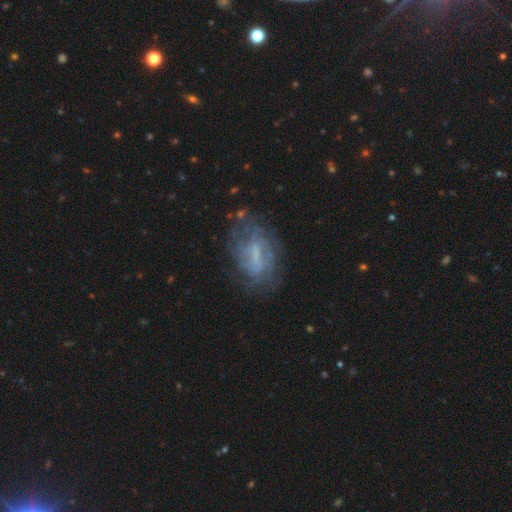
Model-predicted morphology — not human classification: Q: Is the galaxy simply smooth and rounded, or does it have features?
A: featured or disk — 68%.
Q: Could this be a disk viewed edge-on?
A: no — 95%.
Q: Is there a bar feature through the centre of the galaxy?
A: weak — 49%.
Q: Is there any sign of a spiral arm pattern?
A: yes — 69%.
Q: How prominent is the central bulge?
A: none — 40%.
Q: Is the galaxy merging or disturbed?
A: none — 62%.